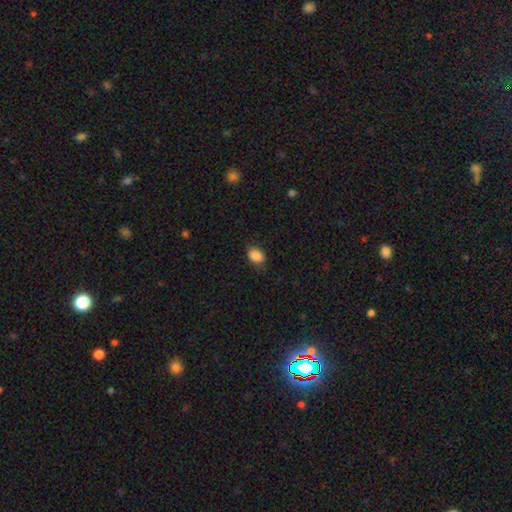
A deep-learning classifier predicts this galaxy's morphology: A smooth galaxy with no disk features (87%) that is in between round and cigar-shaped (69%).

Vote fractions:
- Smooth or featured? smooth: 87% / star or artifact: 8% / featured or disk: 5%
- How rounded? in between: 69% / round: 29% / cigar-shaped: 1%
- Merging? none: 77% / minor disturbance: 18% / major disturbance: 4% / merger: 1%